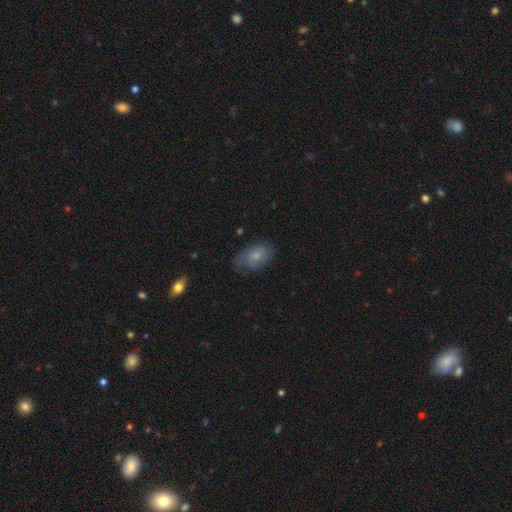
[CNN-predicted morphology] The model was most divided on "merging": none: 60%, minor disturbance: 29%, major disturbance: 9%, merger: 2%. More confident: how rounded — in between (89%); smooth or featured — smooth (68%).